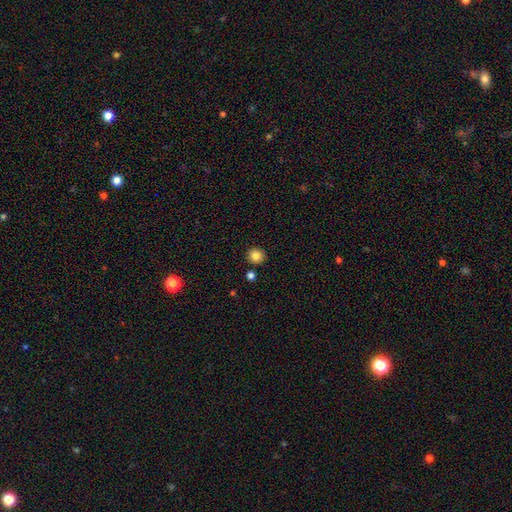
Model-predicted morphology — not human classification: This is clearly a smooth galaxy (83%). How rounded: clearly round (92%). Merging: clearly none (89%).